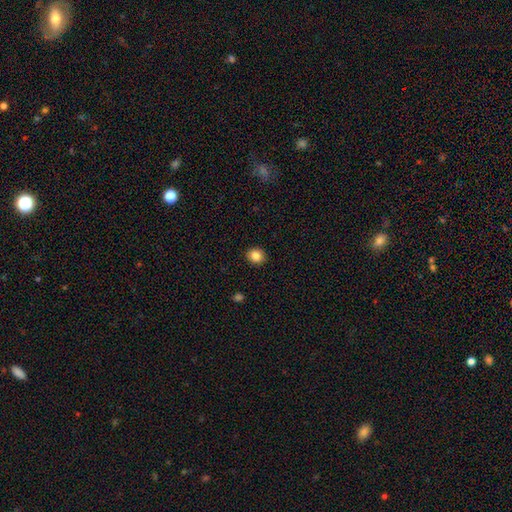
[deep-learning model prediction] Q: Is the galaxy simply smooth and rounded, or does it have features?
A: smooth — 85%.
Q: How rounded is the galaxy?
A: round — 72%.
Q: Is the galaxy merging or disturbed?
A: none — 91%.